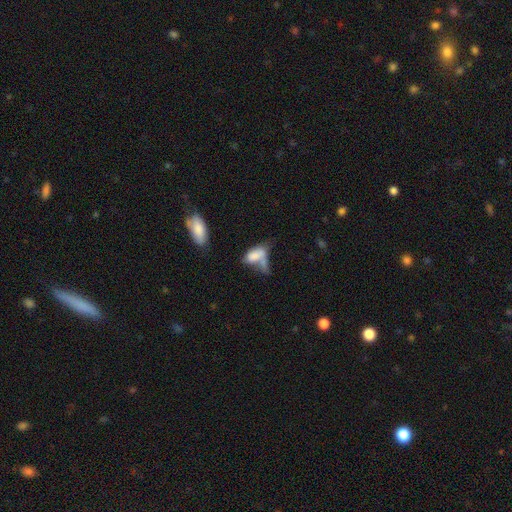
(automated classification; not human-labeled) A smooth galaxy with no disk features (71%) that is in between round and cigar-shaped (88%).

Vote fractions:
- Smooth or featured? smooth: 71% / featured or disk: 19% / star or artifact: 9%
- How rounded? in between: 88% / cigar-shaped: 7% / round: 5%
- Merging? merger: 42% / major disturbance: 24% / none: 19% / minor disturbance: 16%